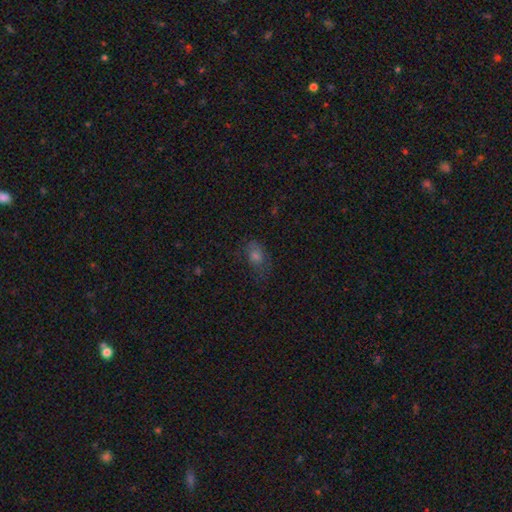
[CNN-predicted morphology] smooth 59%, star or artifact 23%, featured or disk 19%. Down the decision tree: how rounded — in between (72%); merging — none (62%).